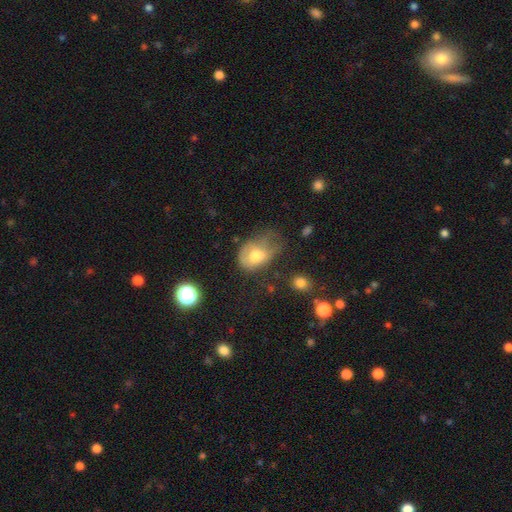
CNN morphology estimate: The model was most divided on "merging": major disturbance: 41%, minor disturbance: 33%, none: 23%, merger: 3%. More confident: how rounded — in between (69%); smooth or featured — smooth (64%).